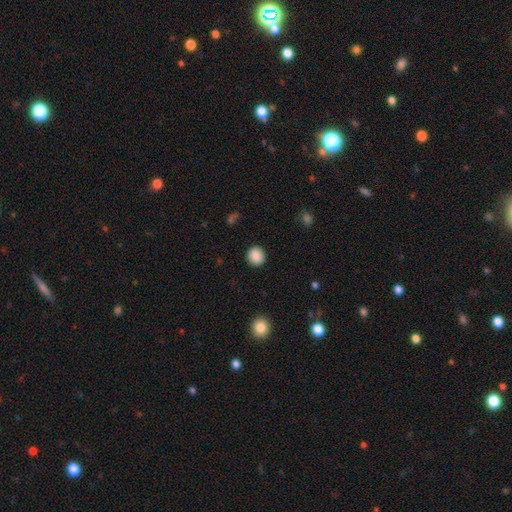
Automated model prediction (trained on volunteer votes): Morphology: type=smooth (88%); roundness=round (82%); merging=none (90%).